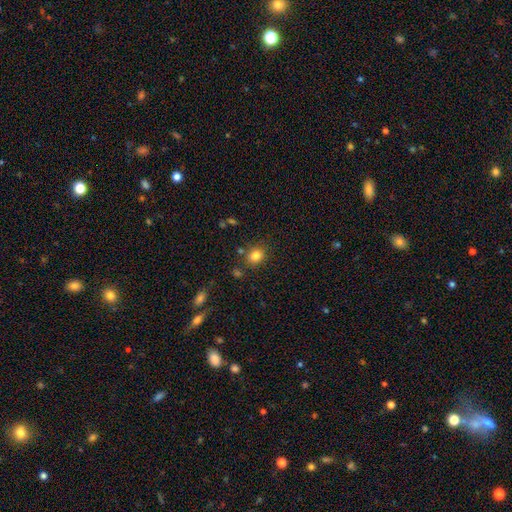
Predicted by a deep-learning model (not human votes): A smooth galaxy with no disk features (82%) that is round (72%). Merging: none (79%).